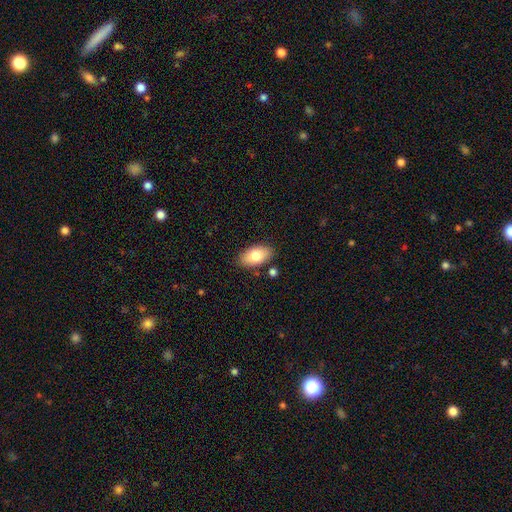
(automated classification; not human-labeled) This appears to be a smooth galaxy with no disk features (79%) that is in between round and cigar-shaped (93%). Merging: none (83%).